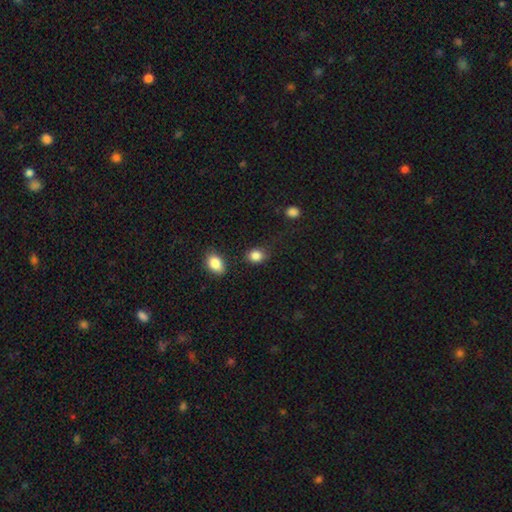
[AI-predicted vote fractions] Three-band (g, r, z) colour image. It shows a smooth galaxy with no disk features (86%) that is round (56%). Merging: none (75%).